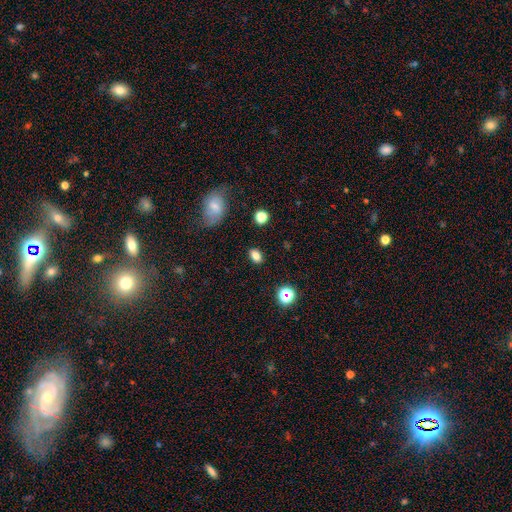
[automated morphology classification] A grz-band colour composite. It shows a smooth galaxy with no disk features (79%) that is in between round and cigar-shaped (80%). Merging: none (85%).